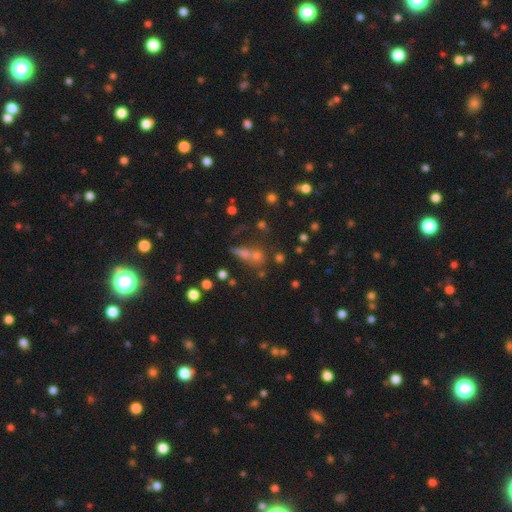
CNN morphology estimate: smooth_or_featured: smooth (p=0.48) [alt: star or artifact p=0.33]
merging: none (p=0.48) [alt: merger p=0.32]